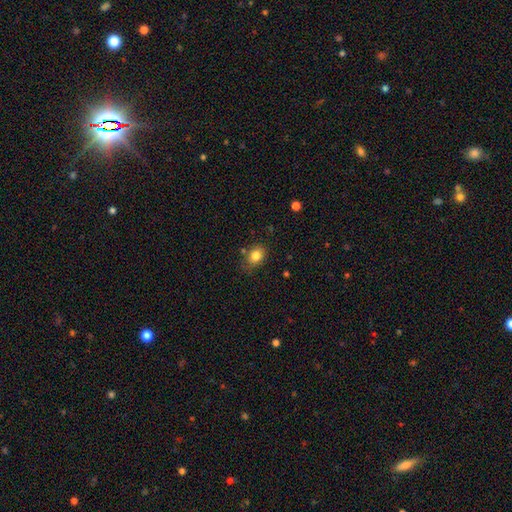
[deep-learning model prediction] Smooth or featured? smooth (83%)
How rounded? in between (62%)
Merging? none (76%)